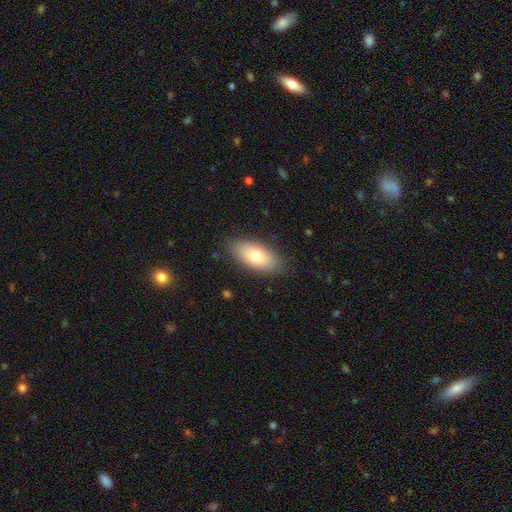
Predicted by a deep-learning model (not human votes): The model was most divided on "smooth or featured": smooth: 72%, featured or disk: 21%, star or artifact: 7%. More confident: how rounded — in between (87%); merging — none (85%).